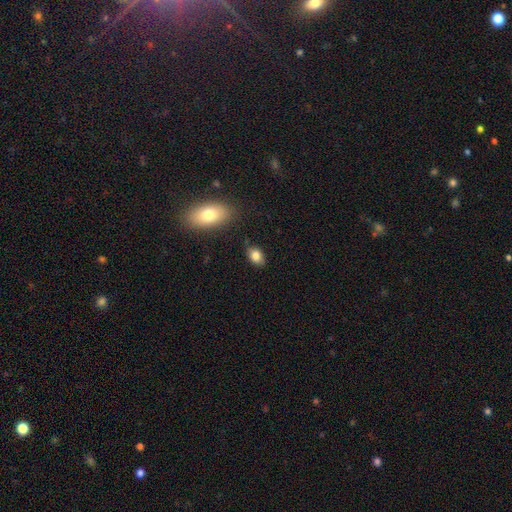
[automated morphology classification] A smooth galaxy with no disk features (83%) that is in between round and cigar-shaped (83%). Merging: none (83%).